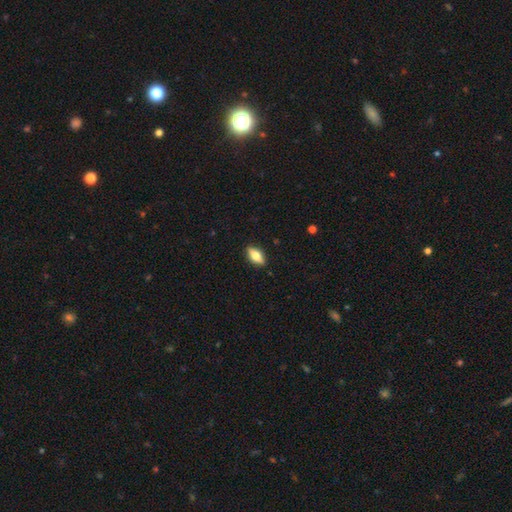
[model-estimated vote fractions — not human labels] smooth-or-featured: smooth: 60% | featured or disk: 33% | star or artifact: 7%
  how-rounded: in between: 81% | cigar-shaped: 14% | round: 4%
  merging: none: 87% | minor disturbance: 9% | major disturbance: 2% | merger: 1%